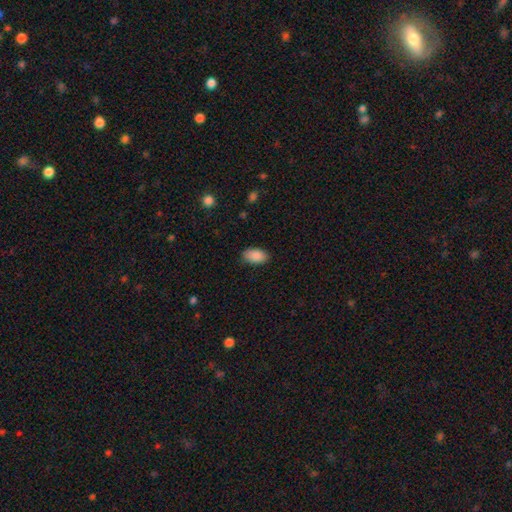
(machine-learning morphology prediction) This is clearly a smooth galaxy (89%). How rounded: clearly in between (94%). Merging: clearly none (84%).